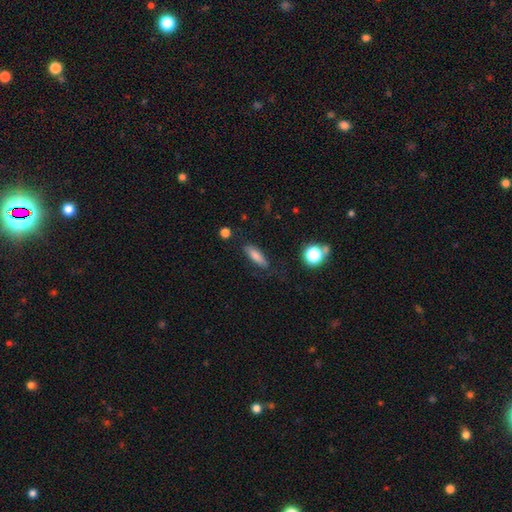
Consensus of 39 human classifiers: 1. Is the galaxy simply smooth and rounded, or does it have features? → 79% smooth, 15% featured or disk, 5% star or artifact.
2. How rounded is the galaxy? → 68% cigar-shaped, 29% in between, 3% round.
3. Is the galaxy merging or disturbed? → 81% none, 8% minor disturbance, 8% major disturbance, 3% merger.